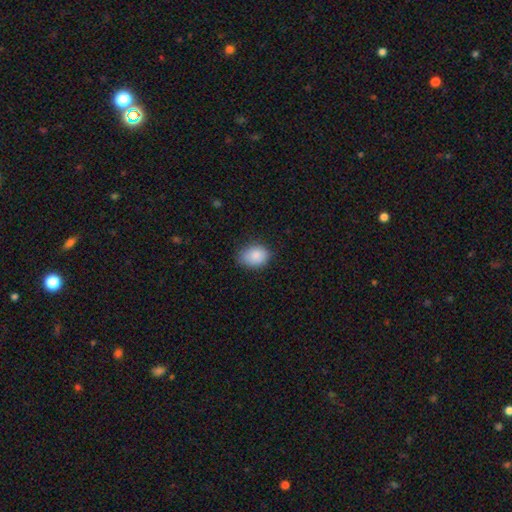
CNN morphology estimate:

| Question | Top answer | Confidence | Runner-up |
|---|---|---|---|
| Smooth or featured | smooth | 87% | star or artifact (7%) |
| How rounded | in between | 68% | round (31%) |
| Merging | none | 77% | minor disturbance (19%) |